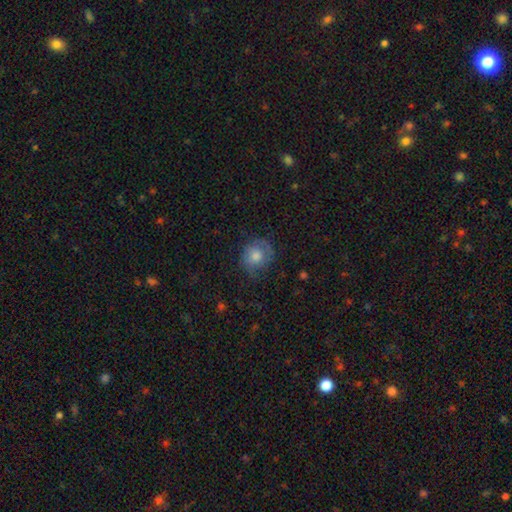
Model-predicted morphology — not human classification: type=smooth (61%); roundness=round (77%); merging=none (66%).